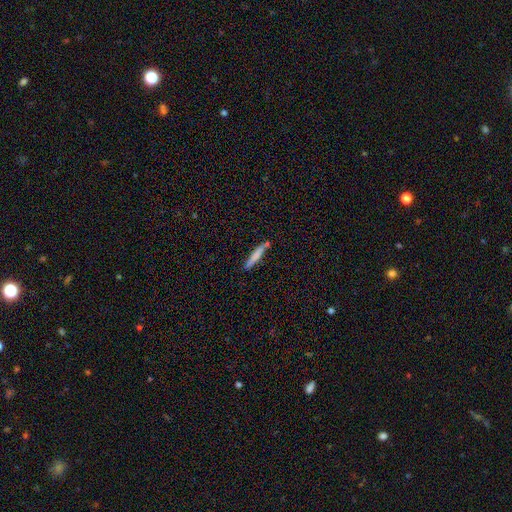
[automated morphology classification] The model was most divided on "smooth or featured": smooth: 72%, featured or disk: 22%, star or artifact: 6%. More confident: how rounded — cigar-shaped (93%); merging — none (74%).